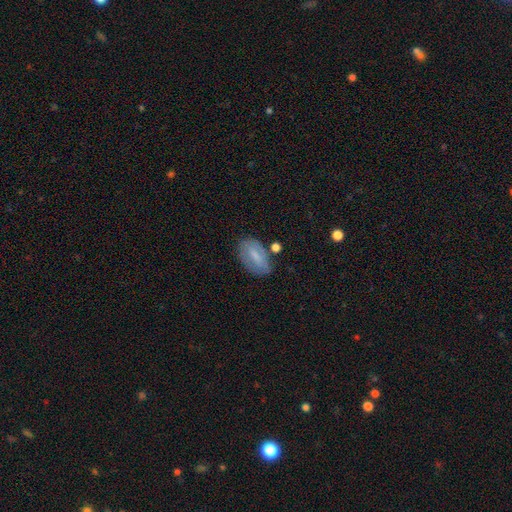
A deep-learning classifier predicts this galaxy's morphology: Smooth or featured?
  - smooth: 57% *
  - featured or disk: 35%
  - star or artifact: 8%
How rounded?
  - in between: 90% *
  - round: 6%
  - cigar-shaped: 5%
Merging?
  - none: 67% *
  - minor disturbance: 20%
  - major disturbance: 7%
  - merger: 6%